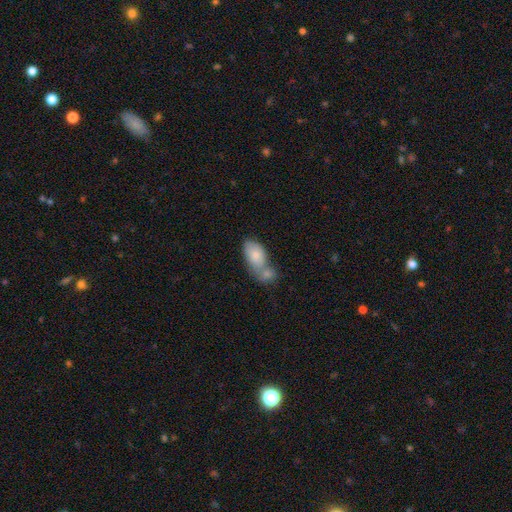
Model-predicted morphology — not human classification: This is likely a smooth galaxy (78%). How rounded: clearly in between (91%). Merging: possibly merger (58%).